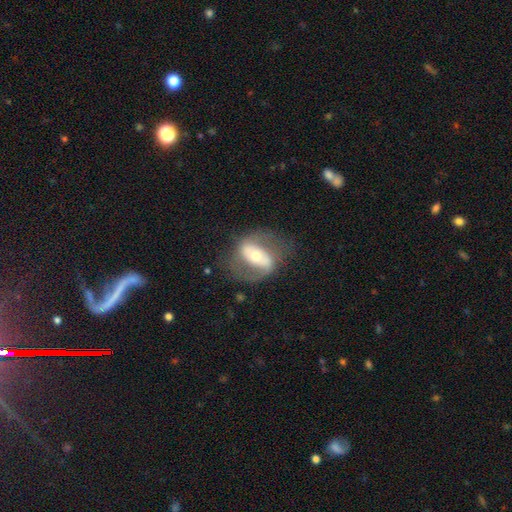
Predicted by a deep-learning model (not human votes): This is likely a featured or disk galaxy (76%). It is clearly not viewed edge-on (94%). Bar: possibly strong (46%). Spiral arm pattern: clearly yes (80%). Spiral arm count: clearly 2 (84%). Spiral winding: possibly medium (46%). Central bulge: likely moderate (60%). Merging: likely none (62%).